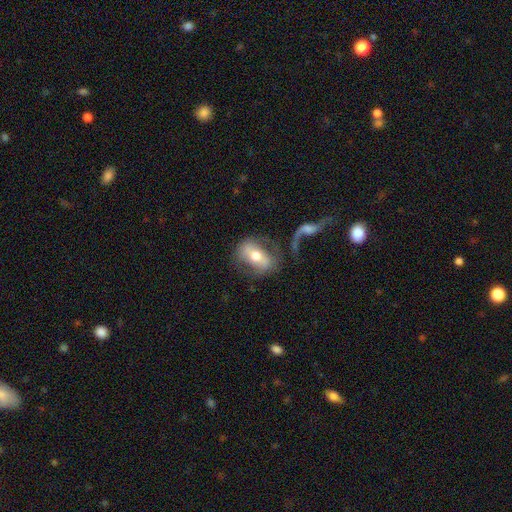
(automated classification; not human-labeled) The model was most divided on "bar": strong: 44%, weak: 30%, no: 26%. More confident: edge-on disk — no (89%); bulge size — moderate (73%); spiral arms — yes (58%); smooth or featured — featured or disk (57%); merging — none (54%).